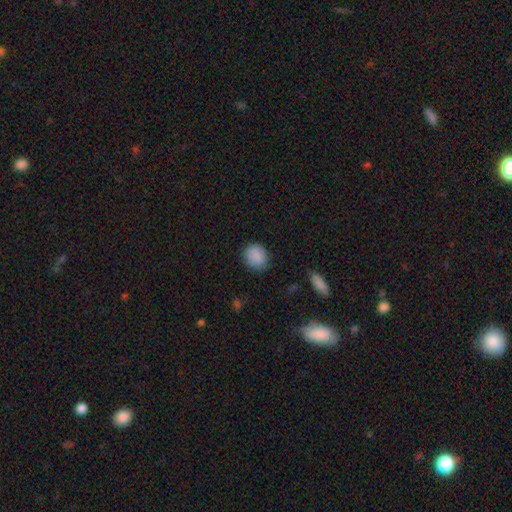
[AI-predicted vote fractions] Overall: smooth (88%). How rounded: round (75%). Merging: none (85%).